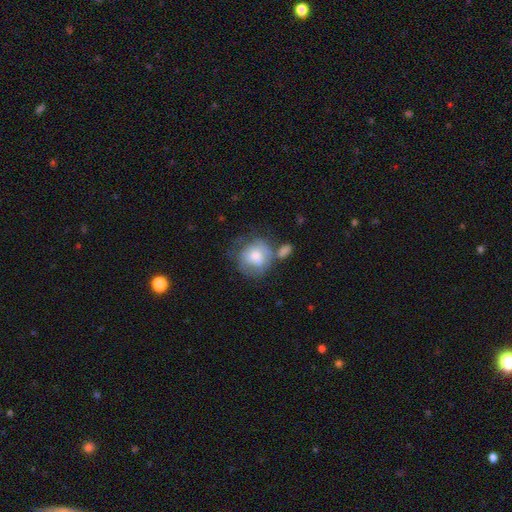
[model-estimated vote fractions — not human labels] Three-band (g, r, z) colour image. It shows a smooth galaxy with no disk features (59%) that is round (80%). Merging: none (42%).